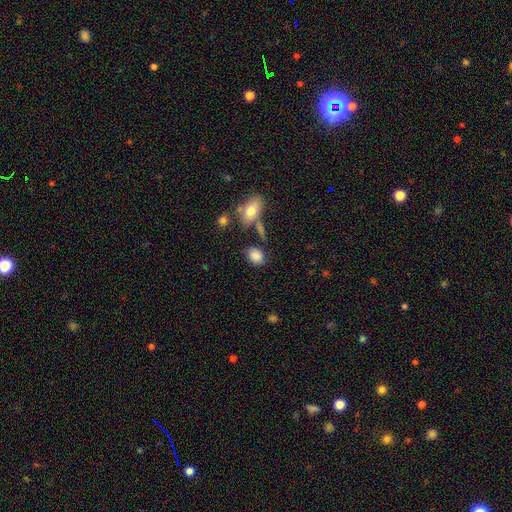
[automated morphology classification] type=smooth (84%); roundness=in between (66%); merging=none (66%).